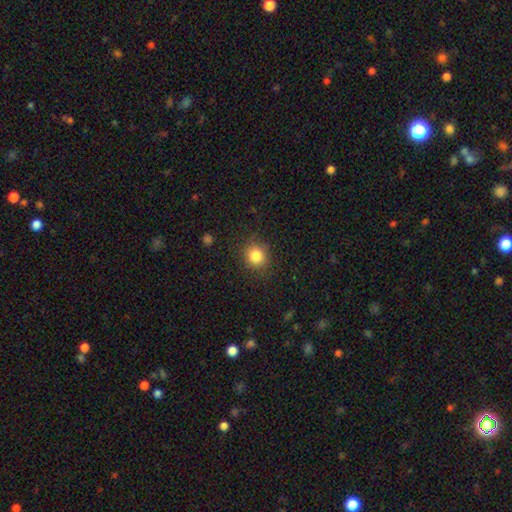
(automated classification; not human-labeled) A smooth galaxy with no disk features (84%) that is round (84%). Merging: none (86%).